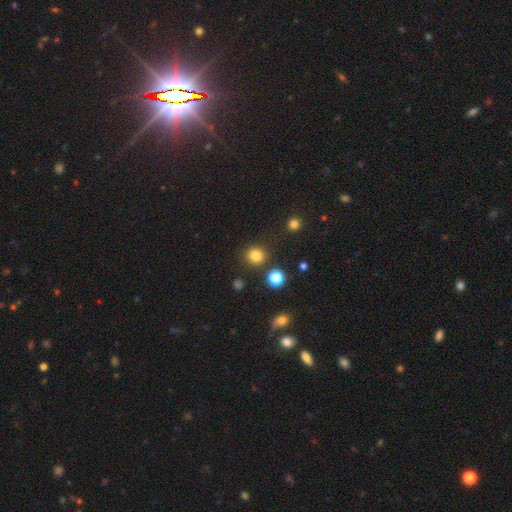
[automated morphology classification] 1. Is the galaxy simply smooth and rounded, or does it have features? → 81% smooth, 14% star or artifact, 5% featured or disk.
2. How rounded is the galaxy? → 90% round, 9% in between, 1% cigar-shaped.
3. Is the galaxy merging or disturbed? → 87% none, 7% minor disturbance, 4% merger, 3% major disturbance.